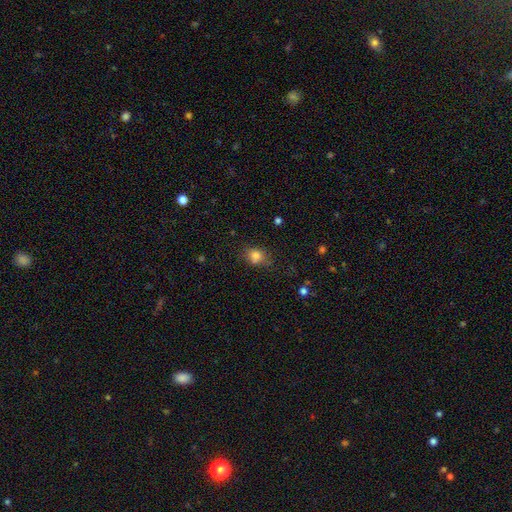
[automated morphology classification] This is likely a smooth galaxy (77%). How rounded: possibly round (52%). Merging: likely none (64%).